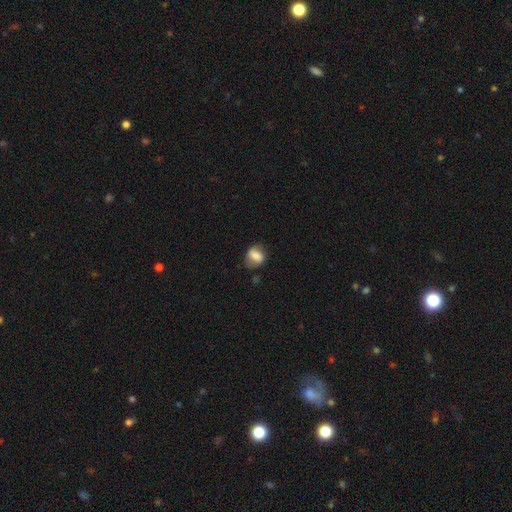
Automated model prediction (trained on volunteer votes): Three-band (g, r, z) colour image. It shows a smooth galaxy with no disk features (64%) that is in between round and cigar-shaped (53%). Merging: none (63%).